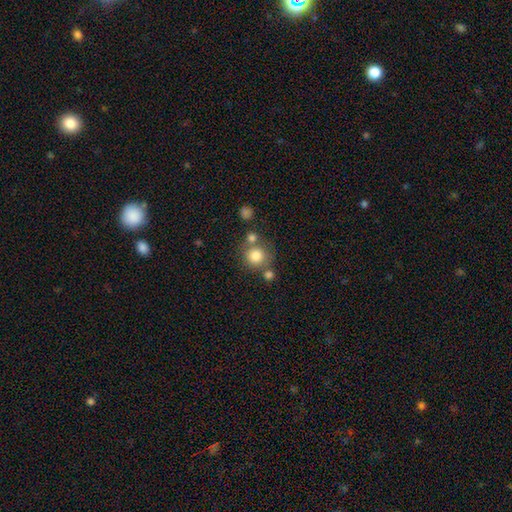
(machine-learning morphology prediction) Smooth or featured? Predicted: smooth (p=0.80). How rounded? Predicted: round (p=0.91). Merging? Predicted: none (p=0.66).